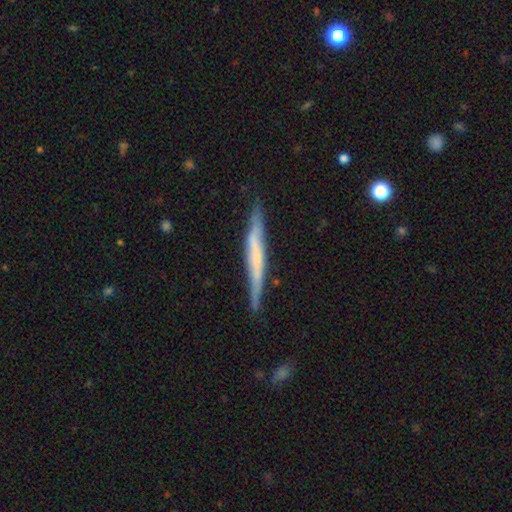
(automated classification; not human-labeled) Overall: featured or disk (57%; smooth 38%). Edge-on disk: yes (94%). Edge-on bulge: none (59%; boxy 21%). Merging: none (80%).